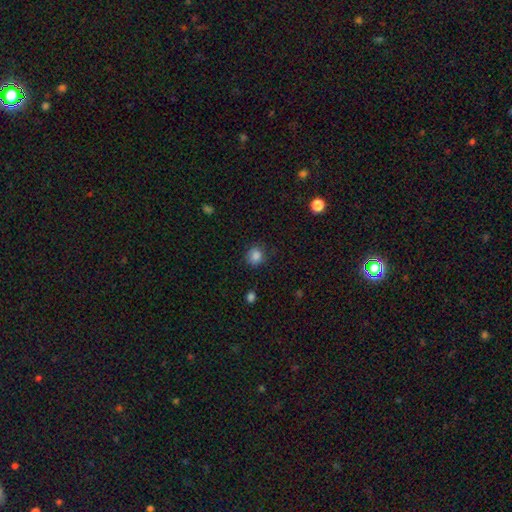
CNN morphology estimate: smooth_or_featured: smooth (p=0.85) [alt: star or artifact p=0.11]
how_rounded: round (p=0.82) [alt: in between p=0.17]
merging: none (p=0.81) [alt: minor disturbance p=0.14]